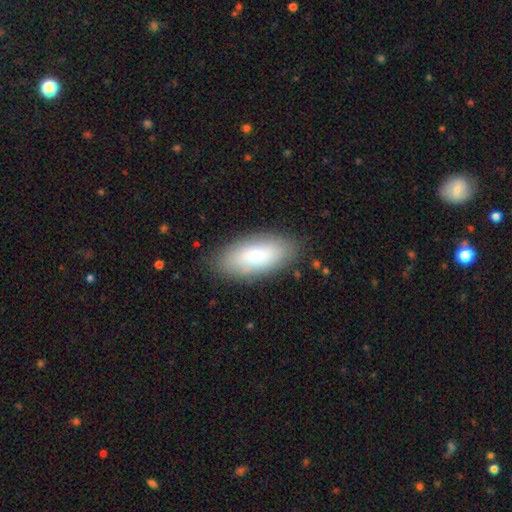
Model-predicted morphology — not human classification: Overall: smooth (70%). How rounded: in between (88%). Merging: none (85%).